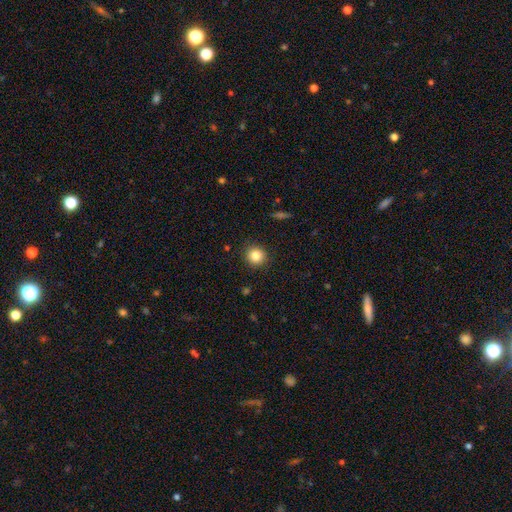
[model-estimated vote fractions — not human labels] Smooth or featured? smooth (83%)
How rounded? round (92%)
Merging? none (91%)